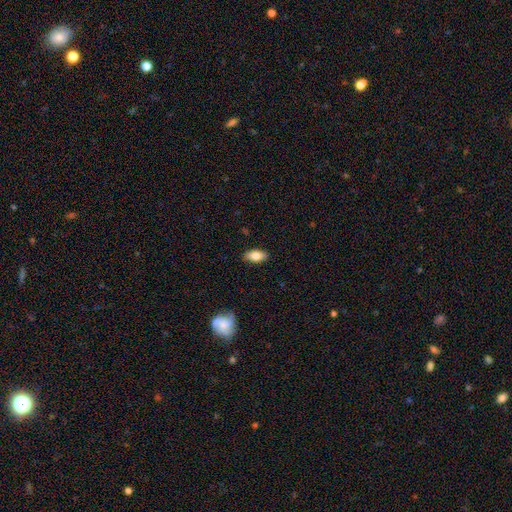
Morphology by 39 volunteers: smooth 87%, star or artifact 10%, featured or disk 3%. Down the decision tree: how rounded — in between (88%); merging — none (100%).